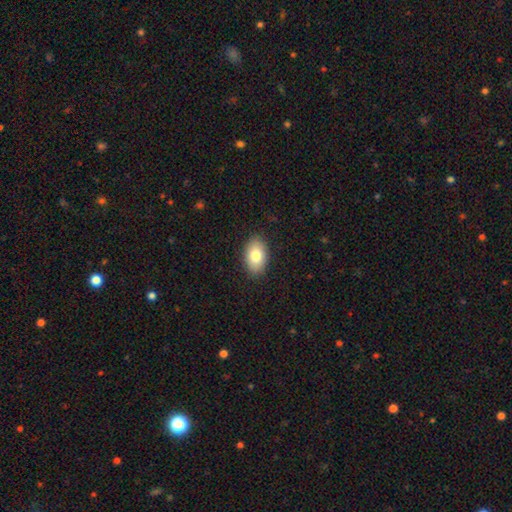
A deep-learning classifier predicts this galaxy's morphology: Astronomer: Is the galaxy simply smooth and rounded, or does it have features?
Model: smooth — 80%.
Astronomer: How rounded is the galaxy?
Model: in between — 91%.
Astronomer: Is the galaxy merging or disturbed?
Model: none — 88%.